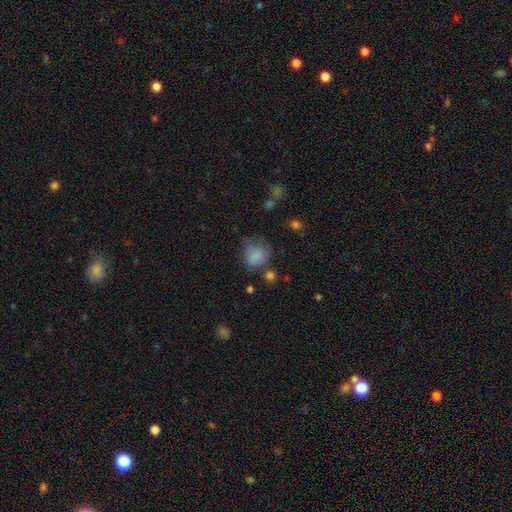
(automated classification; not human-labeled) Smooth or featured?
  - smooth: 77% *
  - featured or disk: 12%
  - star or artifact: 11%
How rounded?
  - round: 64% *
  - in between: 35%
  - cigar-shaped: 1%
Merging?
  - none: 44% *
  - minor disturbance: 31%
  - major disturbance: 20%
  - merger: 4%